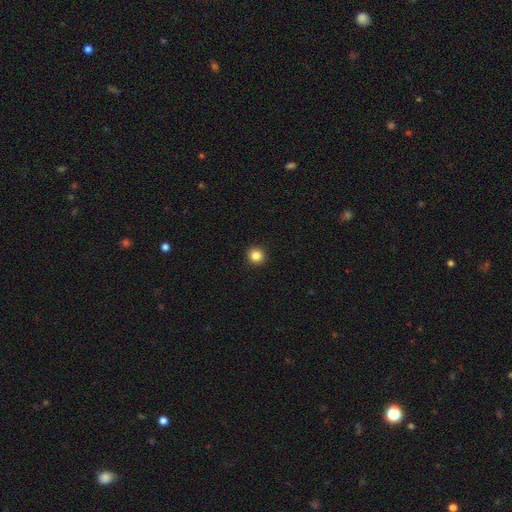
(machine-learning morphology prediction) Overall: smooth (85%). How rounded: round (92%). Merging: none (93%).